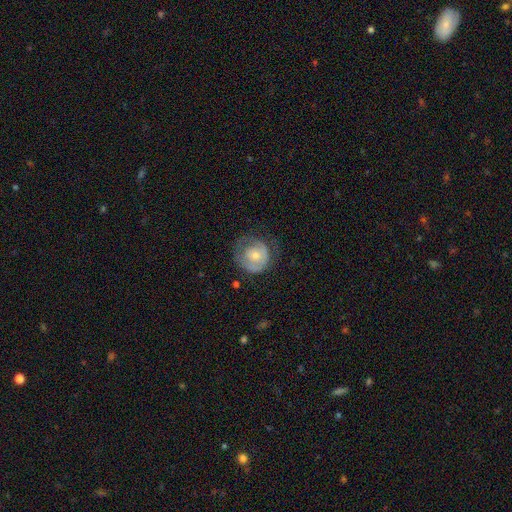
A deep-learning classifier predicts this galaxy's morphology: Smooth or featured? smooth (48%)
Merging? none (51%)